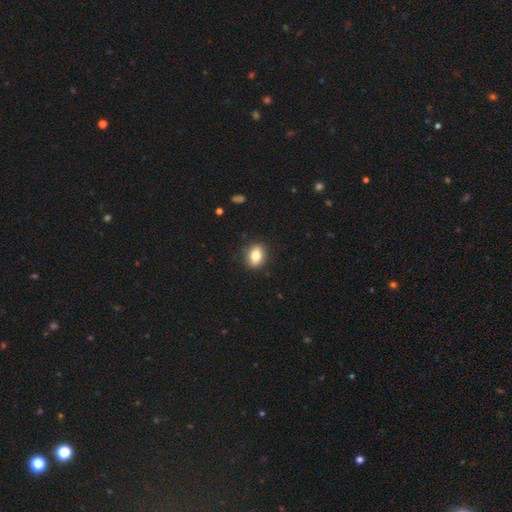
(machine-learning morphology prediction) Overall: smooth (82%). How rounded: in between (61%; round 38%). Merging: none (87%).